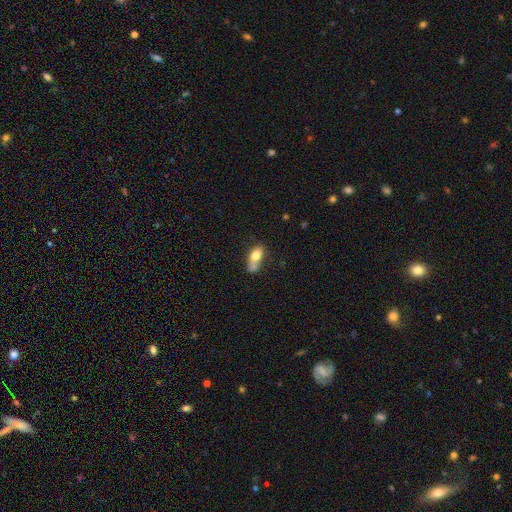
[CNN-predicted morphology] Q: Smooth or featured?
A: smooth (72%); runner-up: featured or disk (20%)
Q: How rounded?
A: in between (78%); runner-up: cigar-shaped (14%)
Q: Merging?
A: none (34%); runner-up: merger (29%)